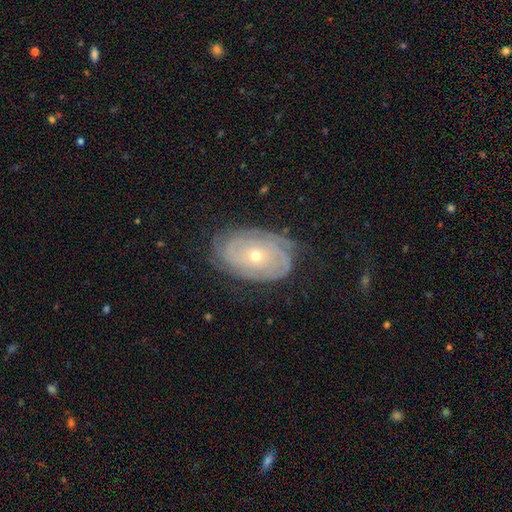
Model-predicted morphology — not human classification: Overall: featured or disk (80%). Edge-on disk: no (95%). Bar: no (83%). Spiral arms: yes (91%). Spiral arm count: can't tell (43%; 2 22%). Spiral winding: tight (78%). Bulge size: small (61%; moderate 36%). Merging: none (75%).